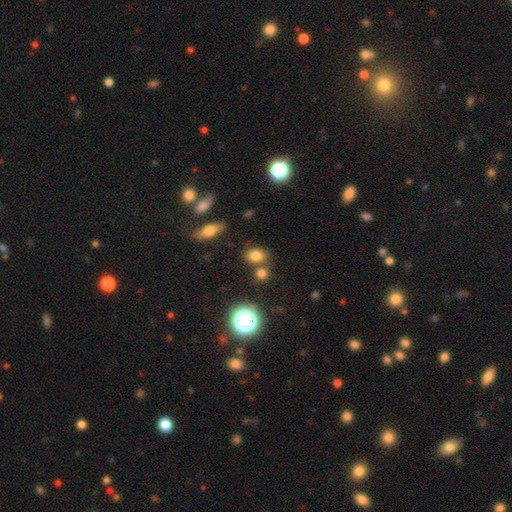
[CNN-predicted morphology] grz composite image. It shows a smooth galaxy with no disk features (77%) that is in between round and cigar-shaped (54%). Merging: none (68%).